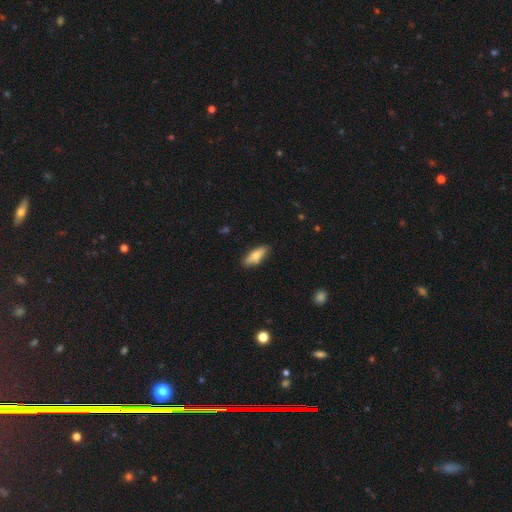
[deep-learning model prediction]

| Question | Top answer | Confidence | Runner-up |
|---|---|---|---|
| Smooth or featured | smooth | 67% | featured or disk (26%) |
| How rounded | in between | 66% | cigar-shaped (31%) |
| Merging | none | 81% | minor disturbance (15%) |